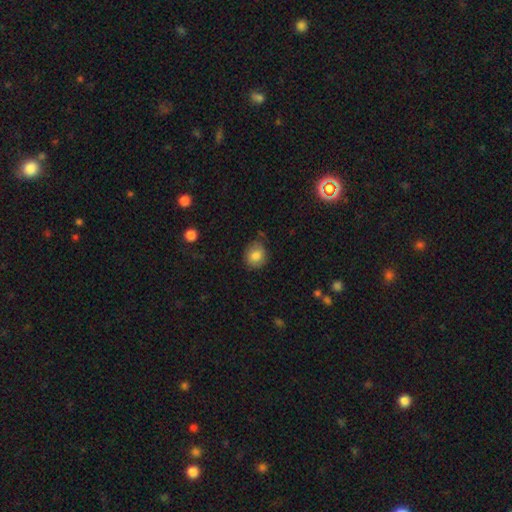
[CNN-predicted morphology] Smooth or featured: smooth — 81% (featured or disk — 10%)
How rounded: round — 70% (in between — 30%)
Merging: none — 75% (minor disturbance — 20%)